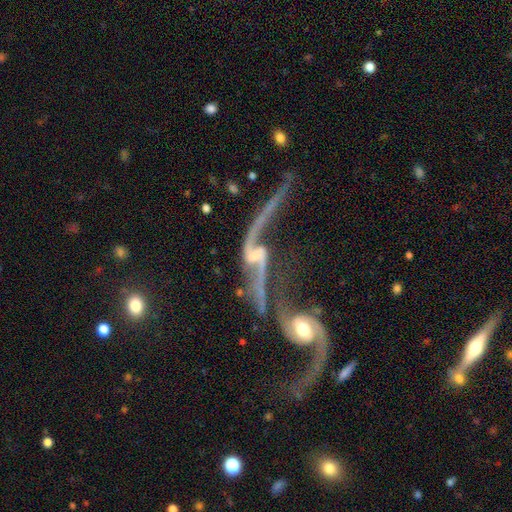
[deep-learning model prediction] Morphology: type=featured or disk (87%); edge-on=no (92%); bar=weak (39%); spiral arms=yes (91%); winding=loose (92%); arm count=2 (91%); bulge=small (38%); merging=merger (42%).